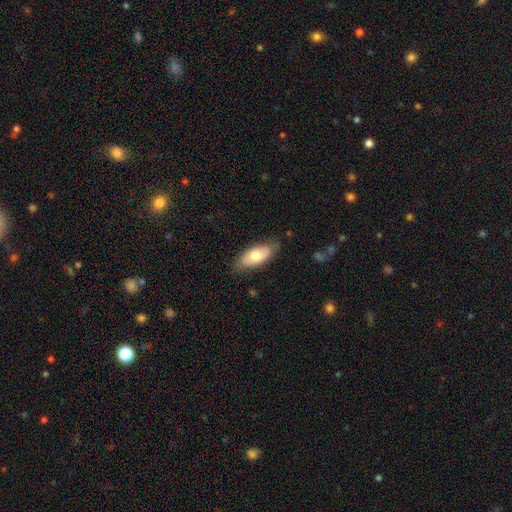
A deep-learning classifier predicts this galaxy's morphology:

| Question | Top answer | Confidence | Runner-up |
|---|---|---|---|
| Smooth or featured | smooth | 69% | featured or disk (25%) |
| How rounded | in between | 87% | cigar-shaped (10%) |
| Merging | none | 81% | minor disturbance (15%) |